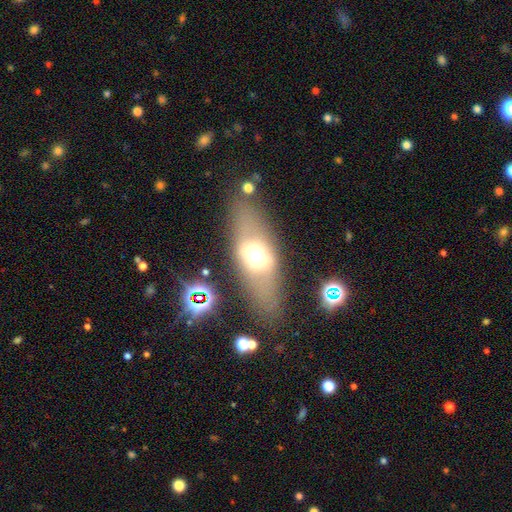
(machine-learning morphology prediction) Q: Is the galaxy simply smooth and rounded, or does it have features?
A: smooth — 53%.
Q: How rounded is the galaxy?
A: in between — 66%.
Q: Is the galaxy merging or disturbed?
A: none — 80%.